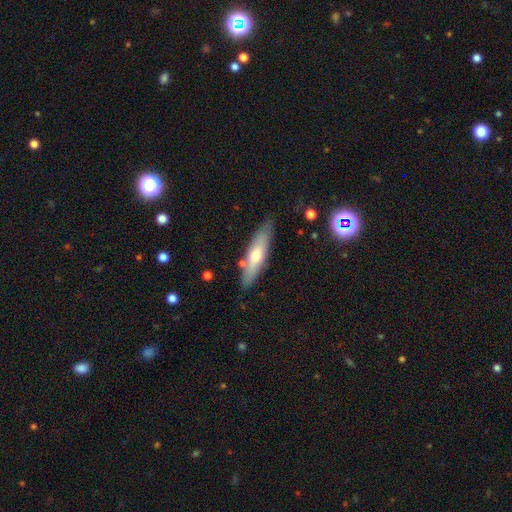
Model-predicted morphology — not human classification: Smooth or featured? Predicted: smooth (p=0.52). How rounded? Predicted: cigar-shaped (p=0.71). Merging? Predicted: none (p=0.81).